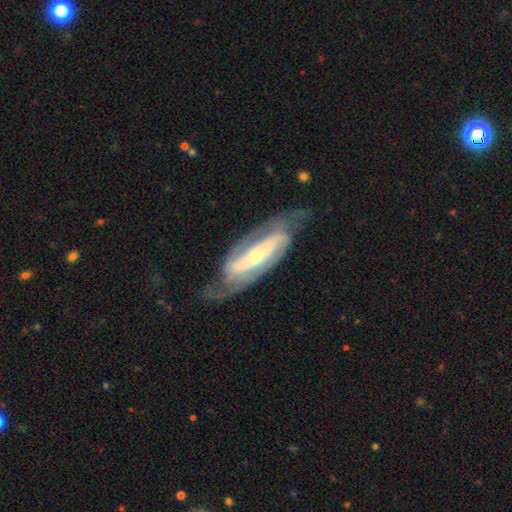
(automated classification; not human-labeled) A featured or disk galaxy (87%) with a strong bar (45%), 2 (81%) medium (45%) spiral arms (95%) and a moderate central bulge (47%).

Vote fractions:
- Smooth or featured? featured or disk: 87% / smooth: 8% / star or artifact: 5%
- Edge-on disk? no: 90% / yes: 10%
- Bar? strong: 45% / weak: 29% / no: 26%
- Spiral arms? yes: 95% / no: 5%
- Spiral winding? medium: 45% / tight: 38% / loose: 17%
- Spiral arm count? 2: 81% / can't tell: 9% / 3: 5% / 1: 2% / 4: 2% / more than 4: 1%
- Bulge size? moderate: 47% / small: 45% / large: 5% / none: 2% / dominant: 1%
- Merging? none: 70% / minor disturbance: 18% / major disturbance: 10% / merger: 1%